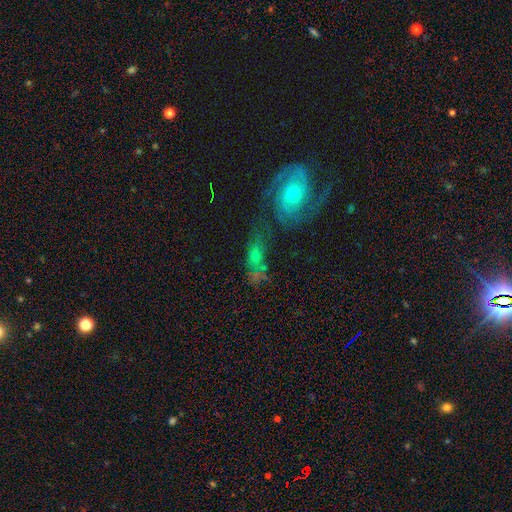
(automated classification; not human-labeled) smooth-or-featured: featured or disk: 55% | smooth: 30% | star or artifact: 16%
  disk-edge-on: no: 90% | yes: 10%
  merging: none: 40% | merger: 30% | minor disturbance: 17% | major disturbance: 13%